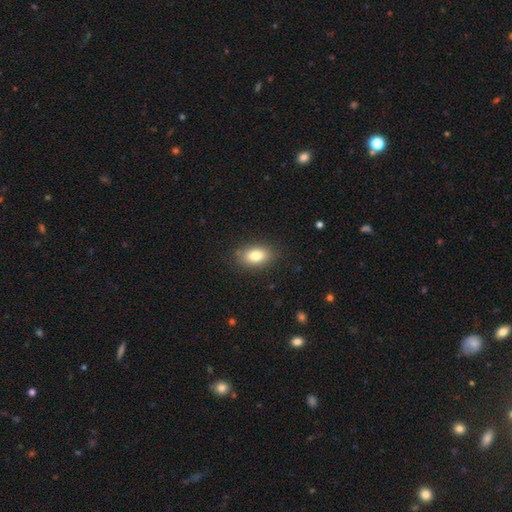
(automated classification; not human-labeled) The model was most divided on "smooth or featured": smooth: 82%, featured or disk: 10%, star or artifact: 8%. More confident: how rounded — in between (88%); merging — none (85%).